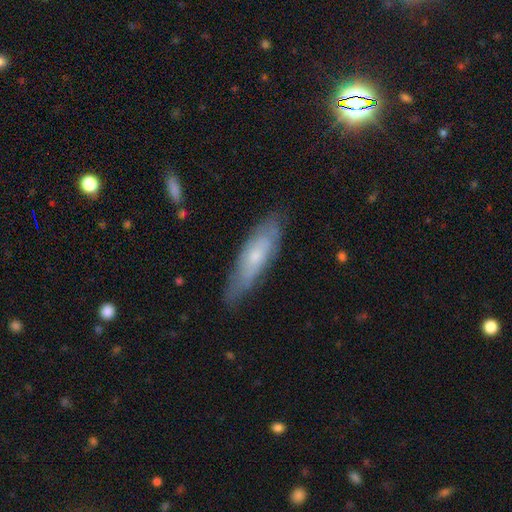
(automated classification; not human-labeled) smooth_or_featured: smooth (p=0.47) [tied with: featured or disk p=0.47]
merging: none (p=0.73) [alt: minor disturbance p=0.21]